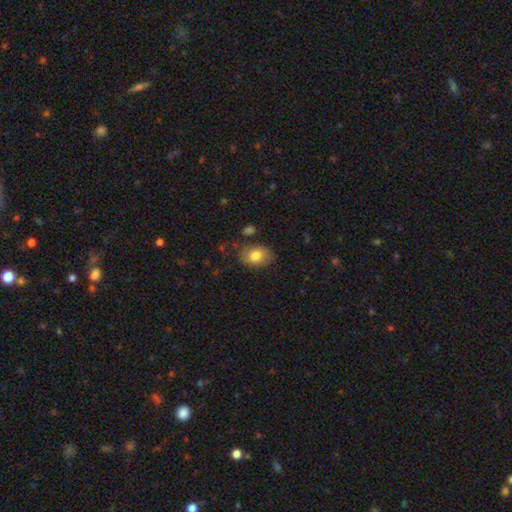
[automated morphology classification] smooth_or_featured: smooth (p=0.78) [alt: featured or disk p=0.15]
how_rounded: in between (p=0.80) [alt: round p=0.19]
merging: none (p=0.72) [alt: minor disturbance p=0.20]